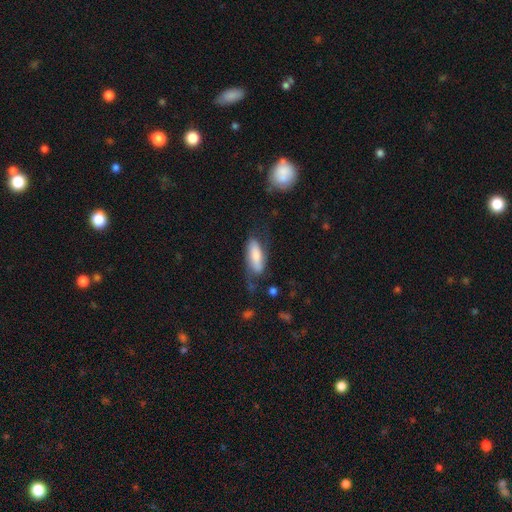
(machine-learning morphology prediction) Smooth or featured? Predicted: smooth (p=0.64). How rounded? Predicted: in between (p=0.69). Merging? Predicted: none (p=0.53).